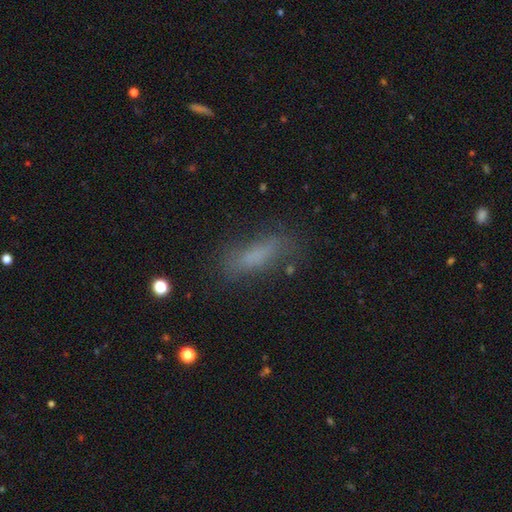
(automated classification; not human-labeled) Morphology: type=smooth (72%); roundness=in between (50%); merging=none (72%).